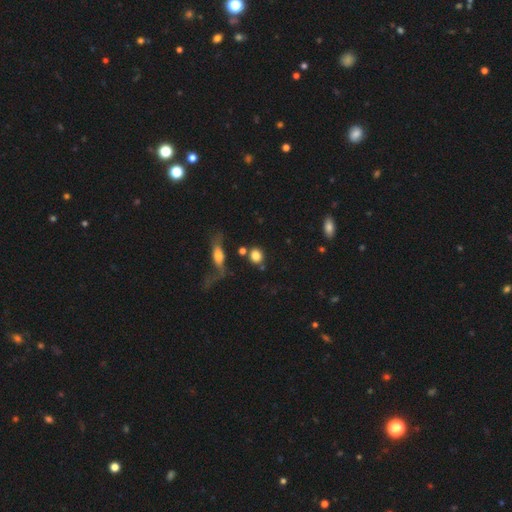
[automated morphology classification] Smooth or featured? smooth (81%)
How rounded? round (79%)
Merging? none (71%)